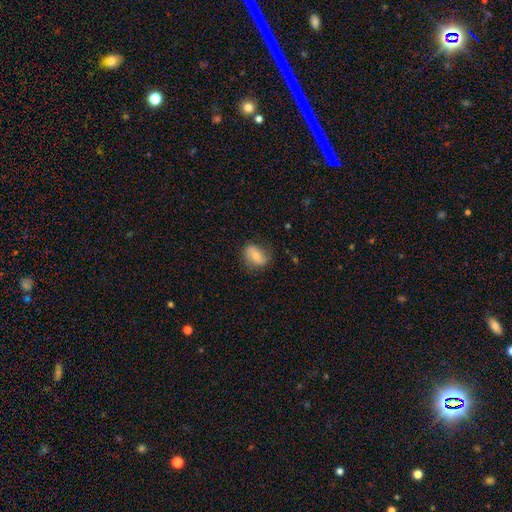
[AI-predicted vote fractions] Q: Smooth or featured?
A: smooth (55%); runner-up: featured or disk (37%)
Q: How rounded?
A: in between (67%); runner-up: round (30%)
Q: Merging?
A: none (73%); runner-up: minor disturbance (20%)